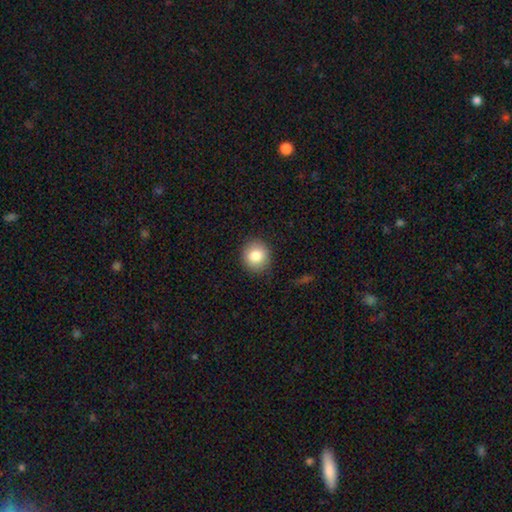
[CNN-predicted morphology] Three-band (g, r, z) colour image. It shows a smooth galaxy with no disk features (84%) that is round (86%). Merging: none (88%).